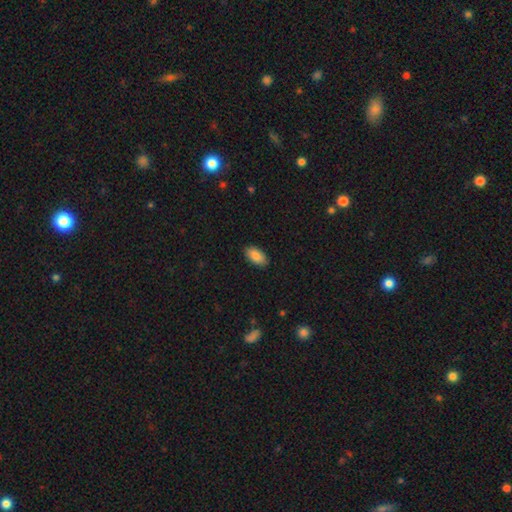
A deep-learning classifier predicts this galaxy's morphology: This is clearly a smooth galaxy (86%). How rounded: clearly in between (94%). Merging: clearly none (88%).